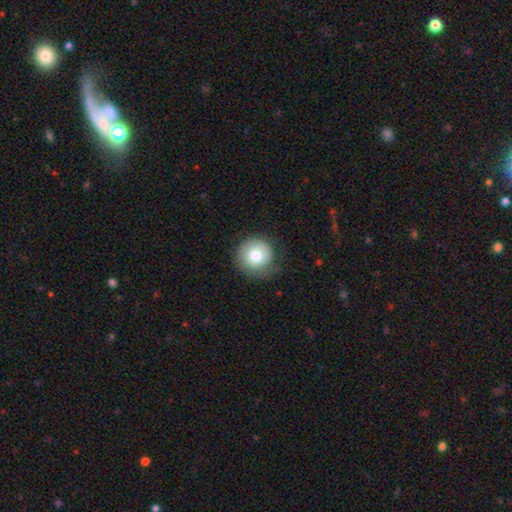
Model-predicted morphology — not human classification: Smooth or featured? Predicted: smooth (p=0.77). How rounded? Predicted: round (p=0.94). Merging? Predicted: none (p=0.72).